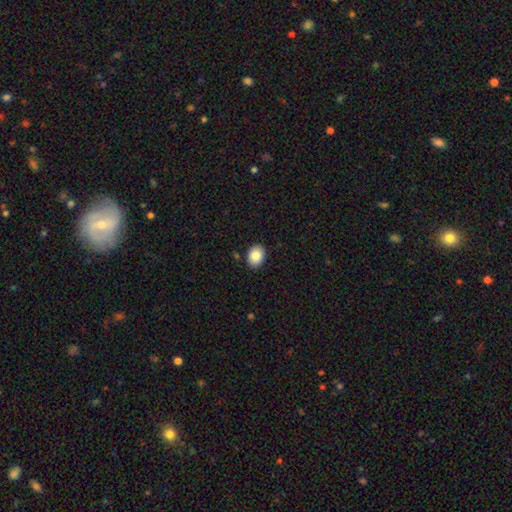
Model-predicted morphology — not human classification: smooth 85%, star or artifact 8%, featured or disk 7%. Down the decision tree: how rounded — in between (64%); merging — none (89%).